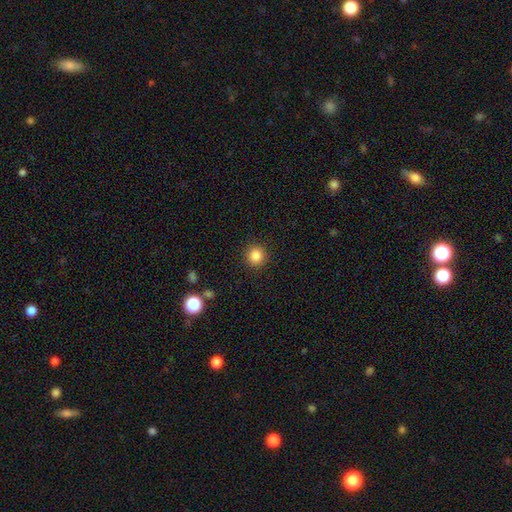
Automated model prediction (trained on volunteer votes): Q: Smooth or featured?
A: smooth (85%); runner-up: star or artifact (11%)
Q: How rounded?
A: round (92%); runner-up: in between (7%)
Q: Merging?
A: none (91%); runner-up: minor disturbance (6%)